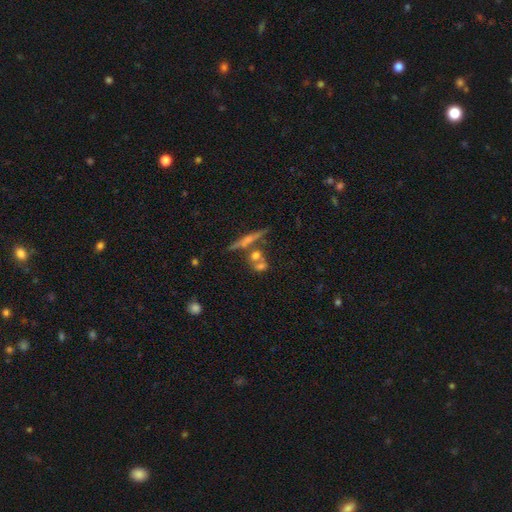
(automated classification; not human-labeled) Q: Smooth or featured?
A: featured or disk (46%); runner-up: smooth (40%)
Q: Merging?
A: none (53%); runner-up: merger (31%)